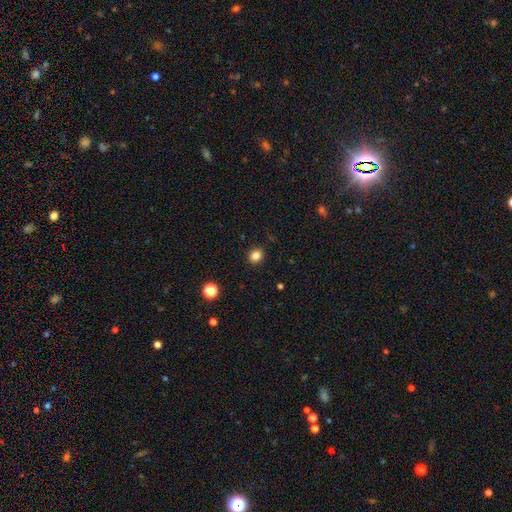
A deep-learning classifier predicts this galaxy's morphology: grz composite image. It shows a smooth galaxy with no disk features (84%) that is round (70%). Merging: none (89%).